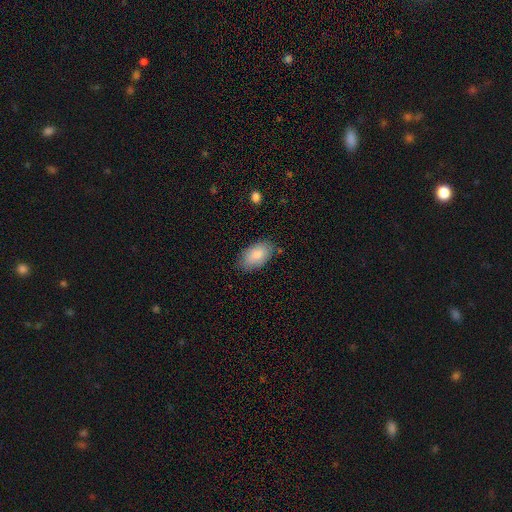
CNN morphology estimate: type=smooth (85%); roundness=in between (94%); merging=none (80%).